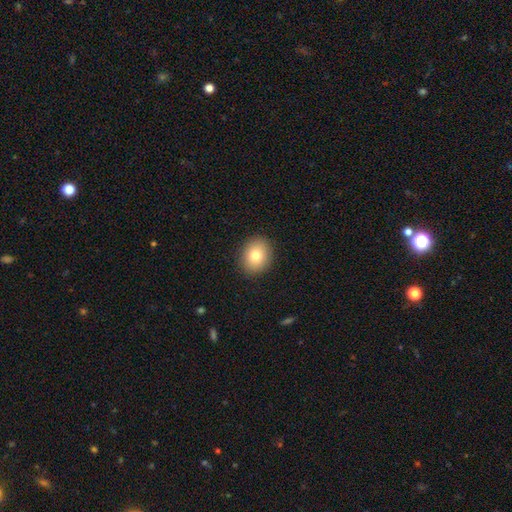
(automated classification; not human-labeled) Overall: smooth (79%). How rounded: round (59%; in between 41%). Merging: none (90%).